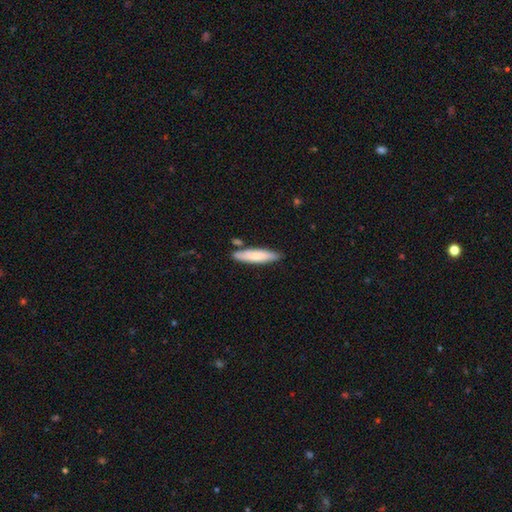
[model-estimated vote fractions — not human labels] Smooth or featured: smooth — 74% (featured or disk — 21%)
How rounded: cigar-shaped — 77% (in between — 22%)
Merging: none — 78% (minor disturbance — 13%)